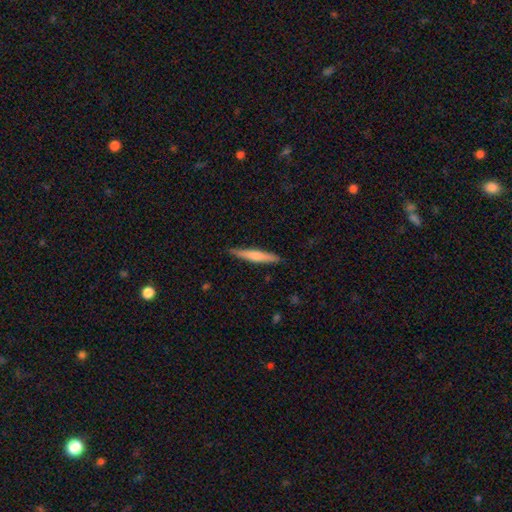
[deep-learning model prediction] smooth 60%, featured or disk 34%, star or artifact 5%. Down the decision tree: how rounded — cigar-shaped (93%); merging — none (87%).